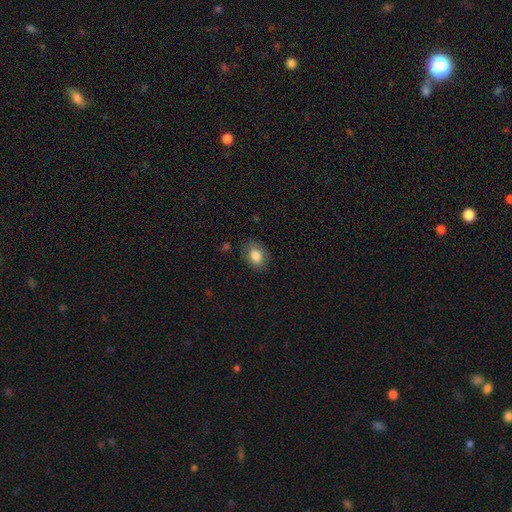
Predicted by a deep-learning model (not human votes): Q: Smooth or featured?
A: smooth (83%); runner-up: featured or disk (9%)
Q: How rounded?
A: in between (81%); runner-up: round (18%)
Q: Merging?
A: none (82%); runner-up: minor disturbance (13%)